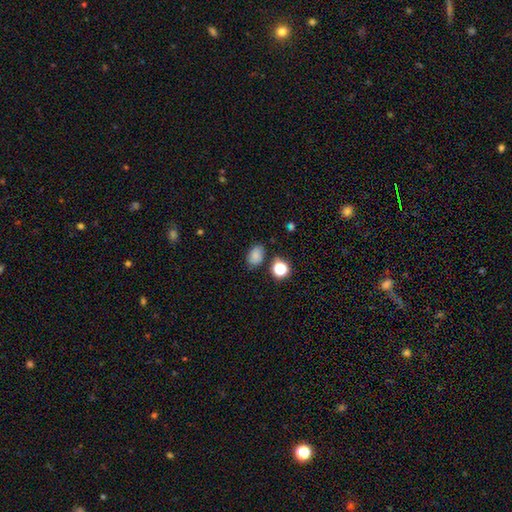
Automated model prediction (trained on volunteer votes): Smooth or featured? Predicted: smooth (p=0.78). How rounded? Predicted: in between (p=0.79). Merging? Predicted: none (p=0.75).